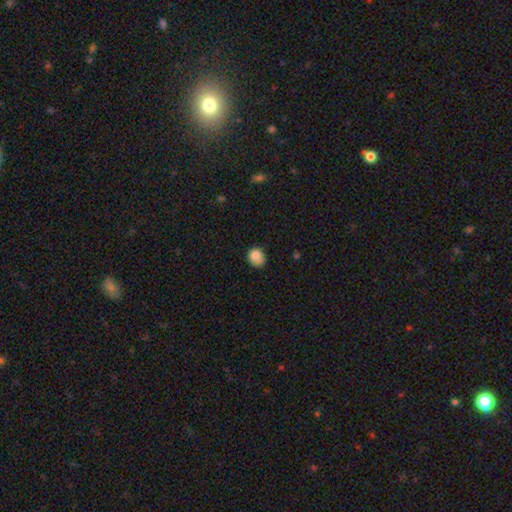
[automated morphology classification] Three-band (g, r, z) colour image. It shows a smooth galaxy with no disk features (83%) that is round (66%). Merging: none (56%).